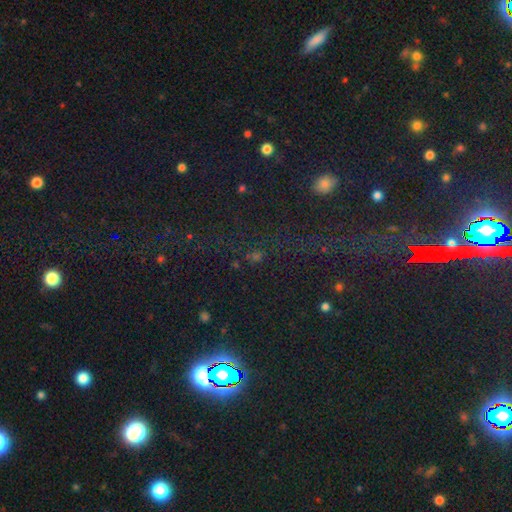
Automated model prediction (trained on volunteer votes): smooth_or_featured: star or artifact (p=0.67) [alt: smooth p=0.25]